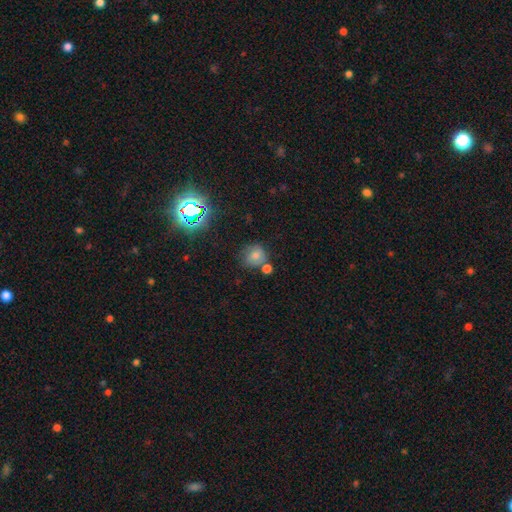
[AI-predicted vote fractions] Smooth or featured: smooth — 72% (star or artifact — 17%)
How rounded: round — 78% (in between — 21%)
Merging: none — 58% (merger — 19%)